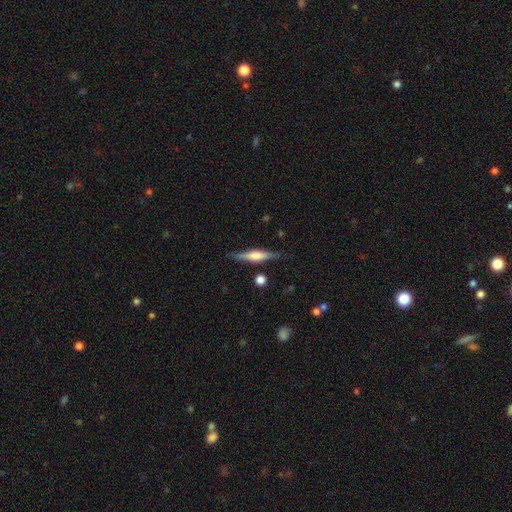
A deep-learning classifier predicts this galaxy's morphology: smooth-or-featured: featured or disk: 57% | smooth: 37% | star or artifact: 6%
  disk-edge-on: yes: 96% | no: 4%
    edge-on-bulge: rounded: 56% | boxy: 34% | none: 10%
  merging: none: 83% | minor disturbance: 12% | major disturbance: 3% | merger: 2%